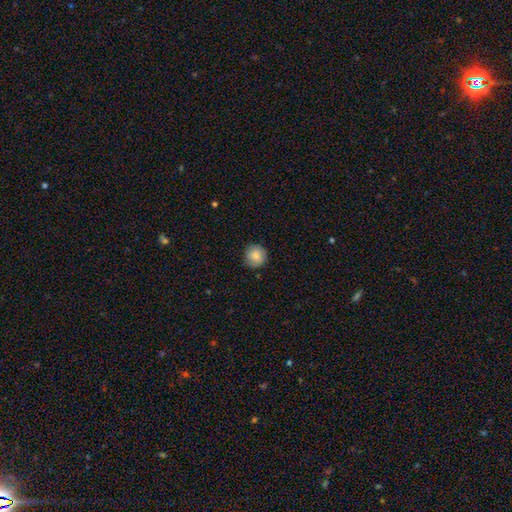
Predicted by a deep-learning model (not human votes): A smooth galaxy with no disk features (84%) that is round (94%).

Vote fractions:
- Smooth or featured? smooth: 84% / featured or disk: 8% / star or artifact: 8%
- How rounded? round: 94% / in between: 6% / cigar-shaped: 1%
- Merging? none: 83% / minor disturbance: 13% / major disturbance: 2% / merger: 1%